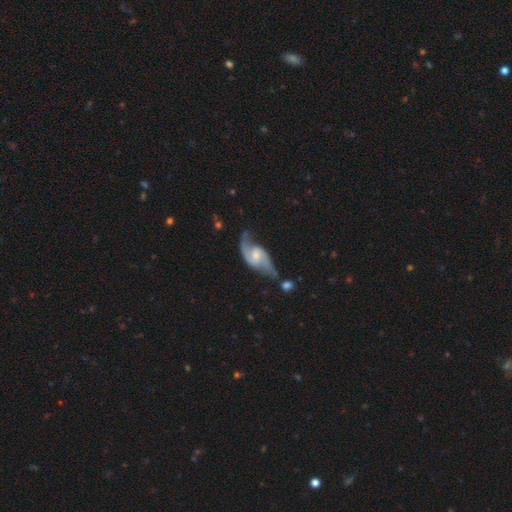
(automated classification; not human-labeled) This appears to be a featured or disk galaxy (85%) with a weak bar (50%), 2 (89%) loose (55%) spiral arms (95%) and a moderate central bulge (47%). Merging: none (52%).